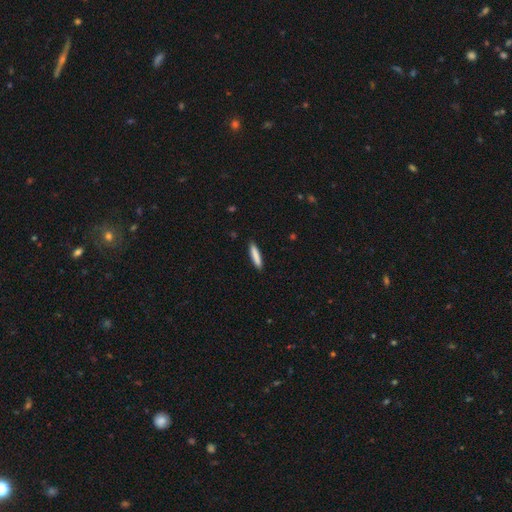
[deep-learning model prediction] A smooth galaxy with no disk features (85%) that is cigar-shaped (89%).

Vote fractions:
- Smooth or featured? smooth: 85% / featured or disk: 9% / star or artifact: 6%
- How rounded? cigar-shaped: 89% / in between: 10% / round: 1%
- Merging? none: 90% / minor disturbance: 7% / major disturbance: 1% / merger: 1%